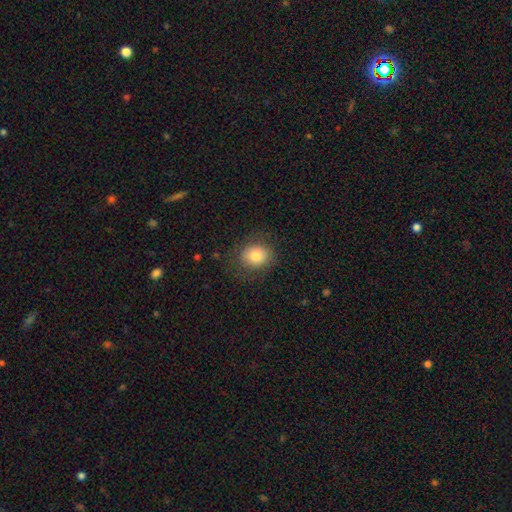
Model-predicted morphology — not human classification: Smooth or featured? smooth (81%)
How rounded? round (62%)
Merging? none (81%)